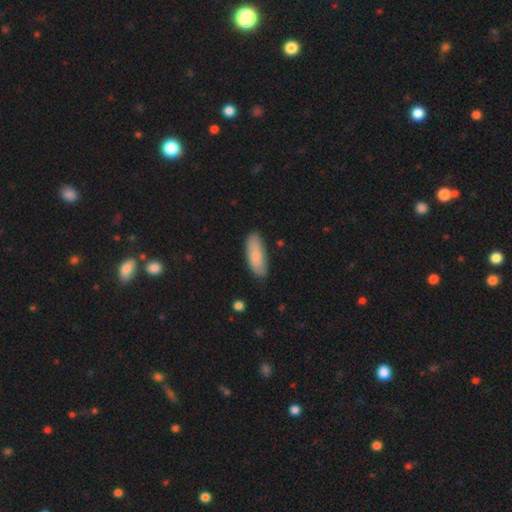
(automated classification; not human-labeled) Smooth or featured: smooth — 81% (featured or disk — 14%)
How rounded: in between — 68% (cigar-shaped — 30%)
Merging: none — 81% (minor disturbance — 15%)